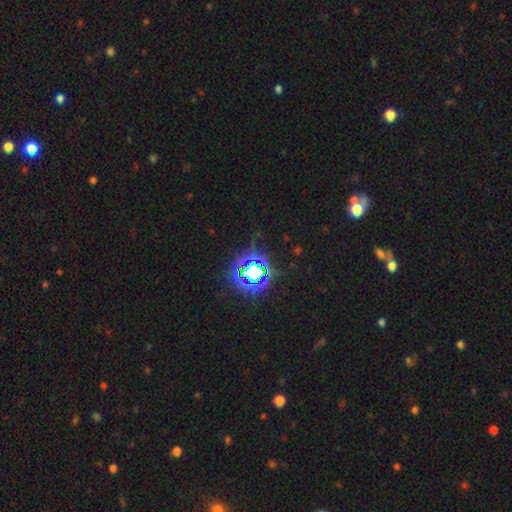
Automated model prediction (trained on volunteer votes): smooth-or-featured: star or artifact: 83% | smooth: 11% | featured or disk: 6%